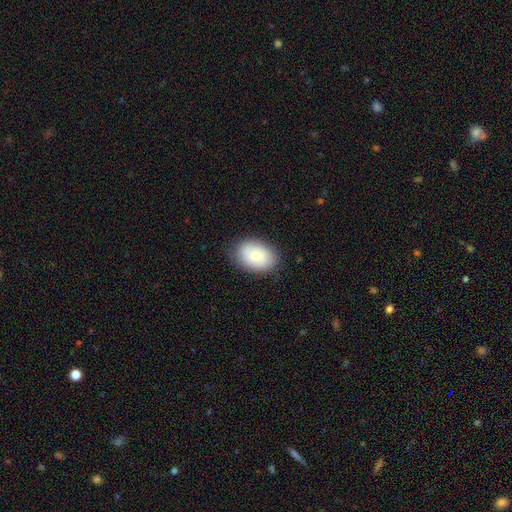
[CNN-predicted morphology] This appears to be a smooth galaxy with no disk features (83%) that is in between round and cigar-shaped (85%). Merging: none (83%).